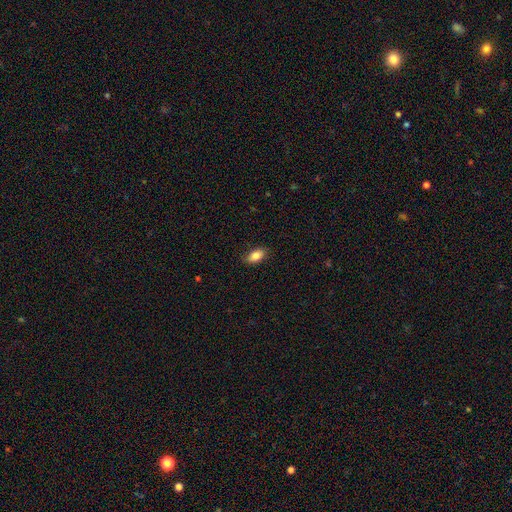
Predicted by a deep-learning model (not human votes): The model was most divided on "merging": none: 84%, minor disturbance: 12%, major disturbance: 3%, merger: 1%. More confident: how rounded — in between (91%); smooth or featured — smooth (85%).